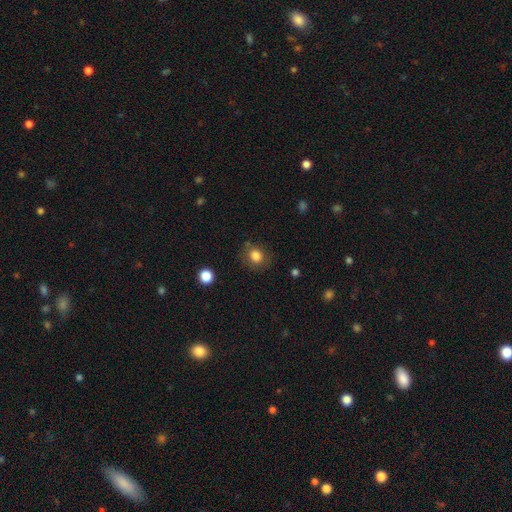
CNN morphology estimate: Overall: smooth (83%). How rounded: round (71%). Merging: none (78%).